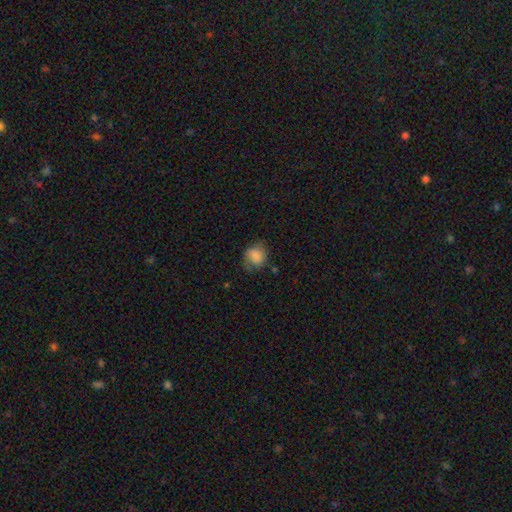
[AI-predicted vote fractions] Smooth or featured? smooth (75%)
How rounded? round (59%)
Merging? none (54%)